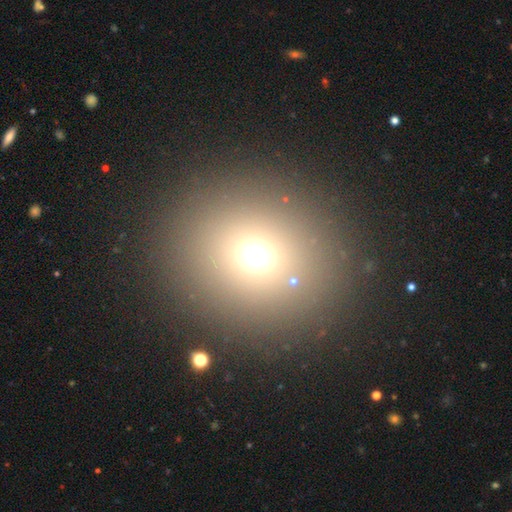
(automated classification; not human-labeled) smooth-or-featured: smooth: 67% | star or artifact: 23% | featured or disk: 10%
  how-rounded: round: 83% | in between: 16% | cigar-shaped: 1%
  merging: none: 88% | minor disturbance: 6% | major disturbance: 4% | merger: 2%